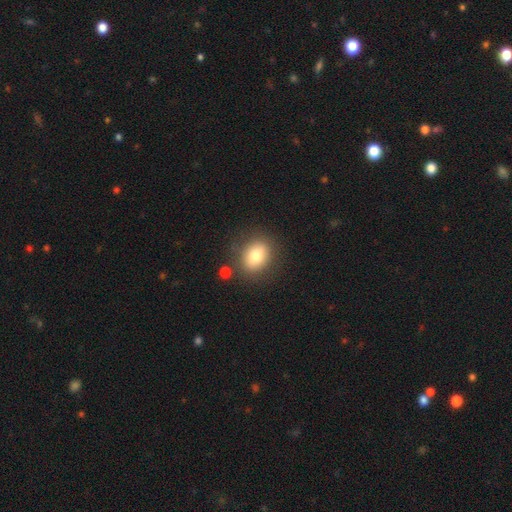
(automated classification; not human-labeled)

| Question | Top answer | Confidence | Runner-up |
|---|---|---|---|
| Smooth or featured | smooth | 79% | featured or disk (12%) |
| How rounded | in between | 50% | round (49%) |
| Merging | none | 81% | minor disturbance (11%) |